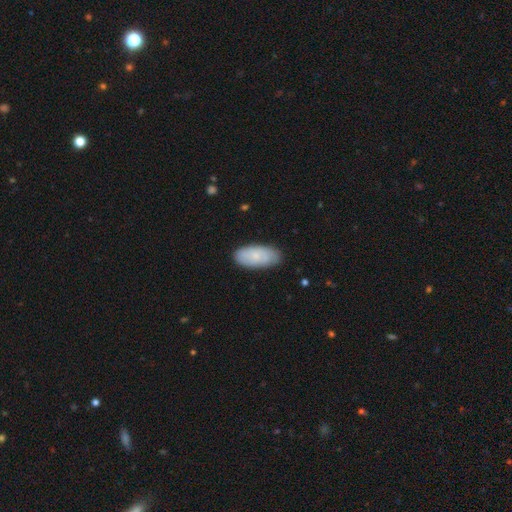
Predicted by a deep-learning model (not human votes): Smooth or featured? smooth (71%)
How rounded? in between (91%)
Merging? none (78%)